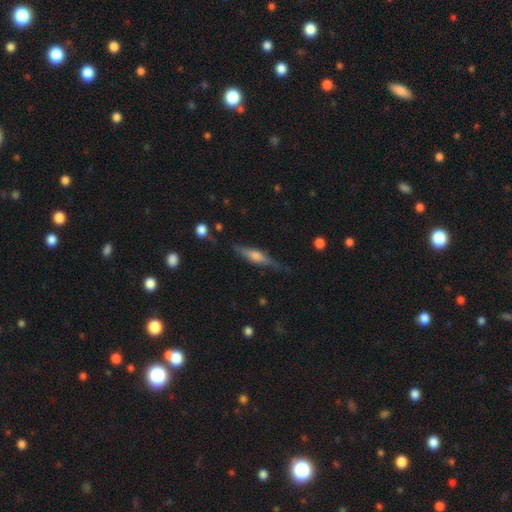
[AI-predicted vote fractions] Smooth or featured?
  - featured or disk: 70% *
  - smooth: 23%
  - star or artifact: 7%
Edge-on disk?
  - yes: 96% *
  - no: 4%
Edge-on bulge?
  - rounded: 76% *
  - boxy: 18%
  - none: 6%
Merging?
  - none: 79% *
  - minor disturbance: 16%
  - major disturbance: 4%
  - merger: 2%